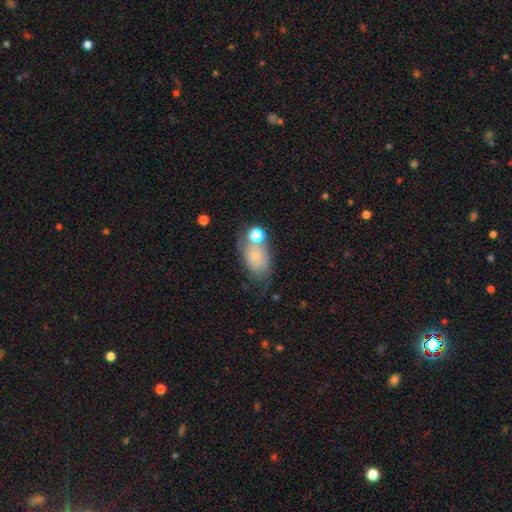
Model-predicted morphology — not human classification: smooth-or-featured: smooth: 64% | featured or disk: 25% | star or artifact: 11%
  how-rounded: in between: 81% | round: 17% | cigar-shaped: 2%
  merging: none: 48% | minor disturbance: 23% | merger: 17% | major disturbance: 12%